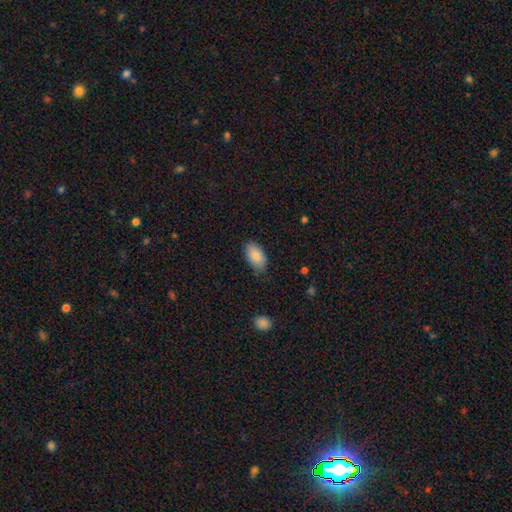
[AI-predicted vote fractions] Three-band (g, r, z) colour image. It shows a smooth galaxy with no disk features (86%) that is in between round and cigar-shaped (94%). Merging: none (83%).